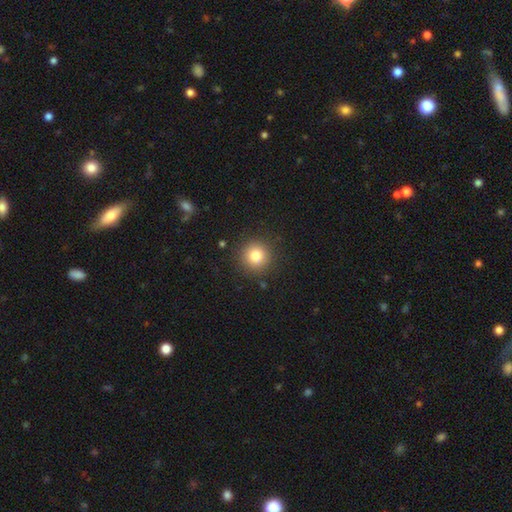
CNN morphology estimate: This appears to be a smooth galaxy with no disk features (82%) that is round (94%). Merging: none (90%).